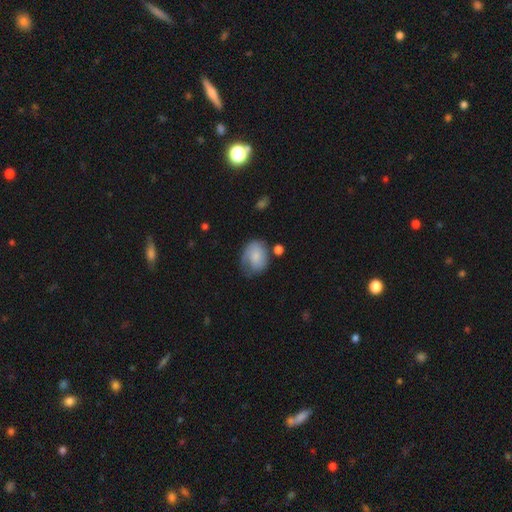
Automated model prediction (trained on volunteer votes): Overall: smooth (63%; featured or disk 30%). How rounded: in between (57%; round 42%). Merging: none (48%; minor disturbance 31%).